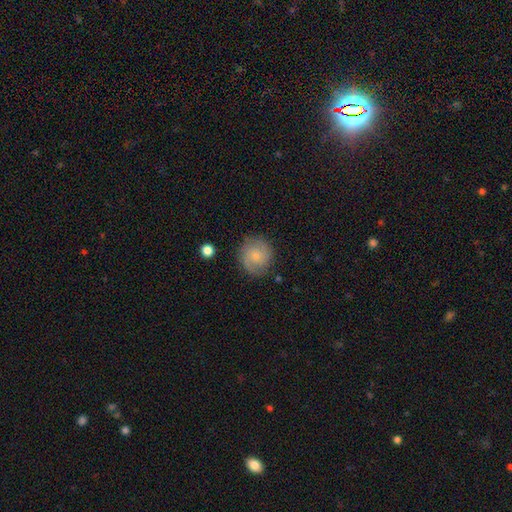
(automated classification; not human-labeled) The model was most divided on "smooth or featured": smooth: 48%, featured or disk: 44%, star or artifact: 8%. More confident: merging — none (82%).